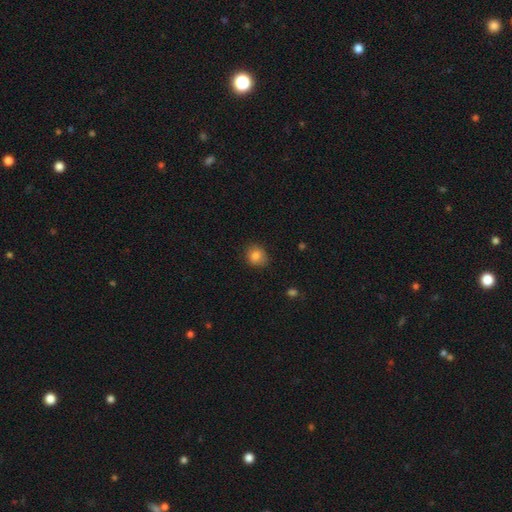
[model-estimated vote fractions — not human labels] This is clearly a smooth galaxy (83%). How rounded: likely round (76%). Merging: clearly none (82%).